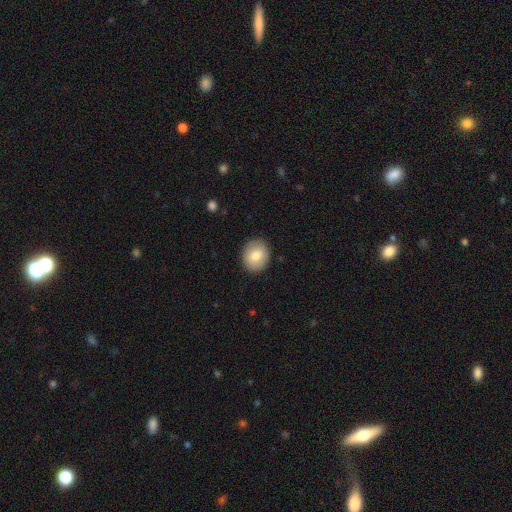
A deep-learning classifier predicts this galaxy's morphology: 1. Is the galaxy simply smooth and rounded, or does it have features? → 79% smooth, 13% featured or disk, 7% star or artifact.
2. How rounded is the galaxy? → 66% round, 33% in between, 1% cigar-shaped.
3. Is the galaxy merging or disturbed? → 89% none, 8% minor disturbance, 2% major disturbance, 1% merger.